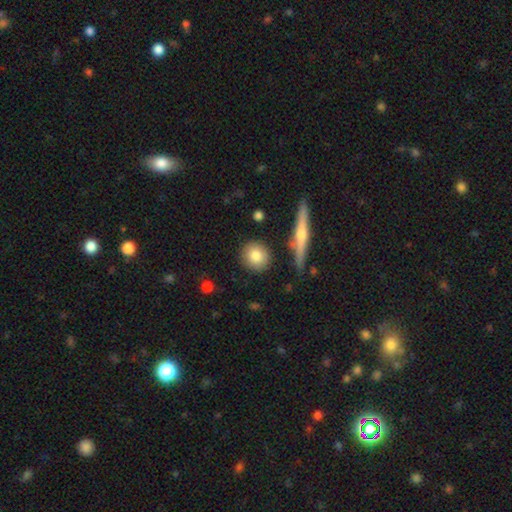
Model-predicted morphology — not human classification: smooth_or_featured: smooth (p=0.81) [alt: featured or disk p=0.12]
how_rounded: round (p=0.84) [alt: in between p=0.13]
merging: none (p=0.86) [alt: minor disturbance p=0.08]